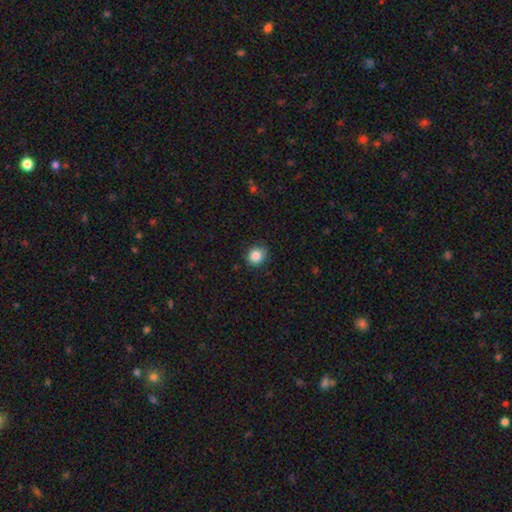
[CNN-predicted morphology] This is clearly a smooth galaxy (86%). How rounded: likely round (77%). Merging: clearly none (84%).